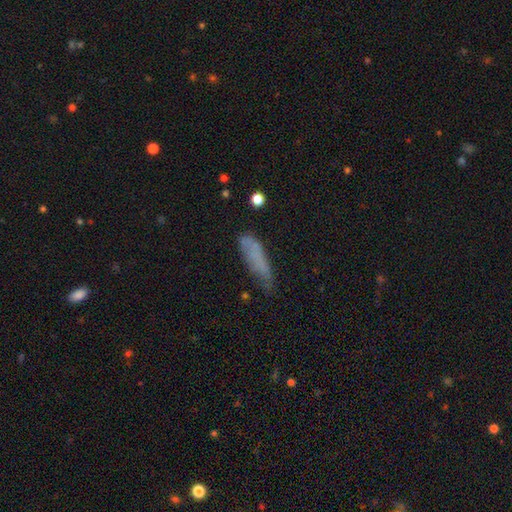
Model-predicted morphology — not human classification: The model was most divided on "merging": none: 49%, minor disturbance: 32%, major disturbance: 15%, merger: 4%. More confident: smooth or featured — smooth (67%); how rounded — cigar-shaped (64%).